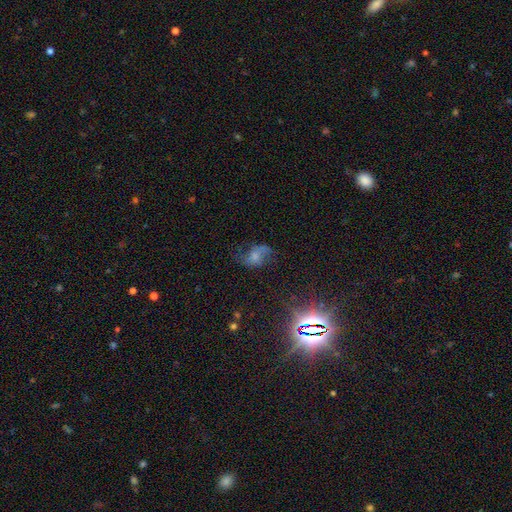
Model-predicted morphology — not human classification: Q: Smooth or featured?
A: featured or disk (46%); runner-up: smooth (37%)
Q: Merging?
A: none (49%); runner-up: minor disturbance (25%)